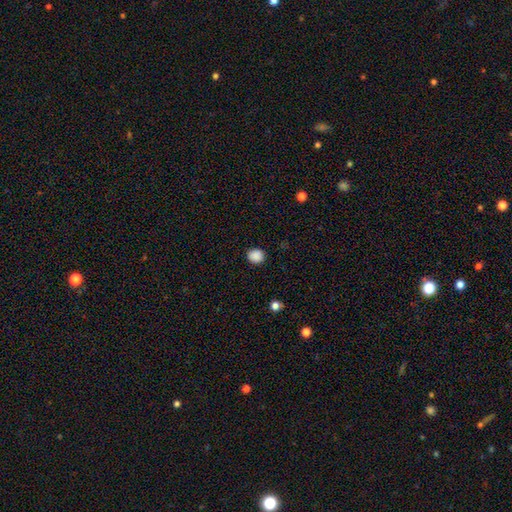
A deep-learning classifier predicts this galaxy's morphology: This appears to be a smooth galaxy with no disk features (88%) that is round (80%). Merging: none (90%).